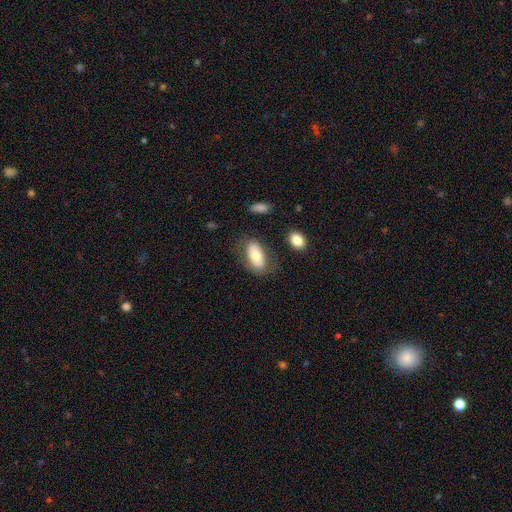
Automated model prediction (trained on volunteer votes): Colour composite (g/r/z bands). It shows a smooth galaxy with no disk features (70%) that is in between round and cigar-shaped (90%). Merging: none (71%).